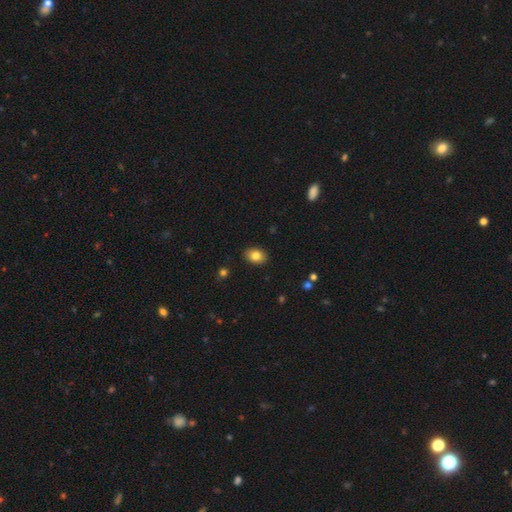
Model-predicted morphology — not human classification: This is clearly a smooth galaxy (83%). How rounded: likely in between (69%). Merging: clearly none (89%).